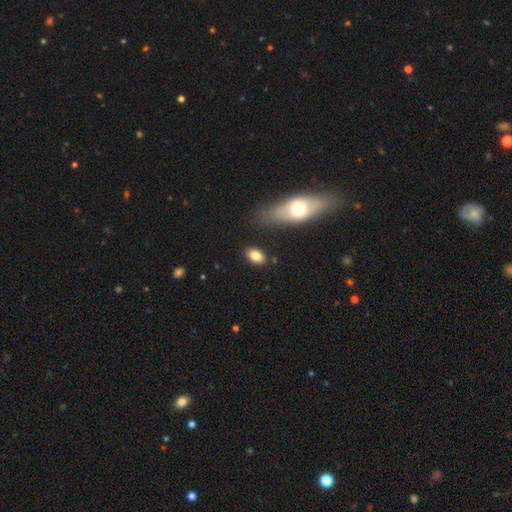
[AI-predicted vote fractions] A smooth galaxy with no disk features (82%) that is in between round and cigar-shaped (85%).

Vote fractions:
- Smooth or featured? smooth: 82% / featured or disk: 10% / star or artifact: 8%
- How rounded? in between: 85% / round: 13% / cigar-shaped: 2%
- Merging? none: 83% / minor disturbance: 10% / merger: 4% / major disturbance: 3%